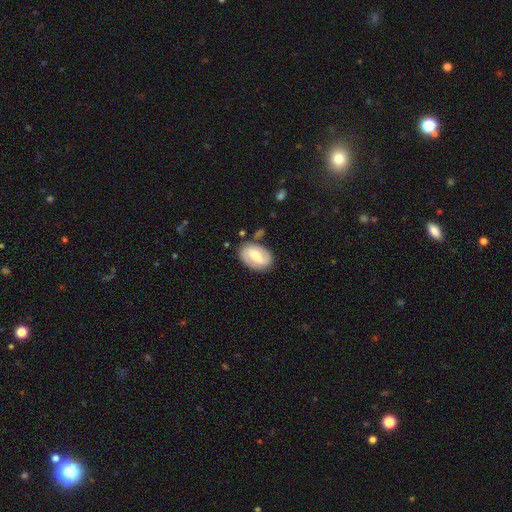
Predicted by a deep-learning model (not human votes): smooth-or-featured: featured or disk: 61% | smooth: 33% | star or artifact: 6%
  disk-edge-on: no: 95% | yes: 5%
    bar: strong: 44% | weak: 40% | no: 15%
    has-spiral-arms: yes: 73% | no: 27%
    bulge-size: moderate: 58% | small: 22% | large: 15% | none: 3% | dominant: 2%
  merging: none: 79% | minor disturbance: 14% | major disturbance: 4% | merger: 3%